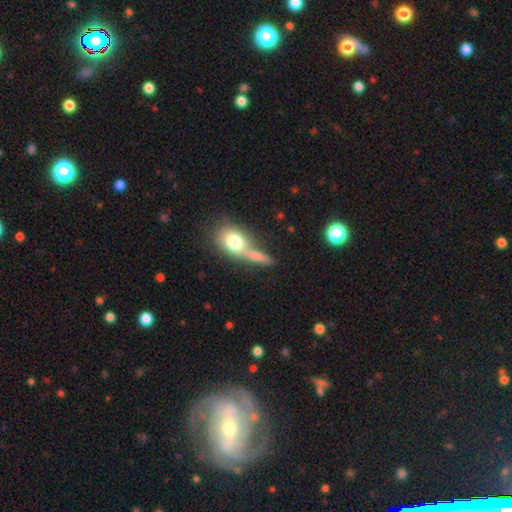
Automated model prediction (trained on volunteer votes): Q: Smooth or featured?
A: smooth (70%); runner-up: featured or disk (20%)
Q: How rounded?
A: in between (48%); runner-up: round (32%)
Q: Merging?
A: merger (50%); runner-up: none (30%)